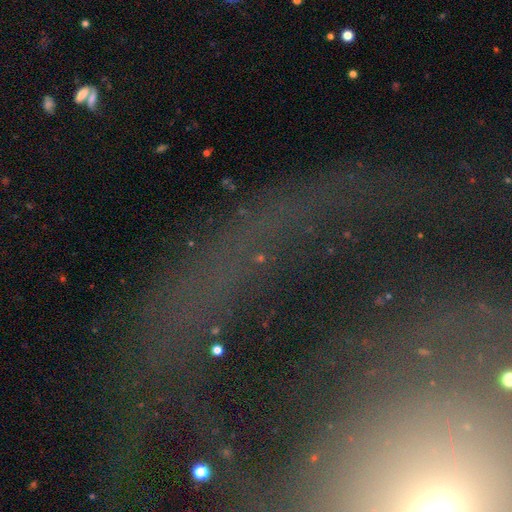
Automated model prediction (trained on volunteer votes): Overall: star or artifact (44%; featured or disk 39%).